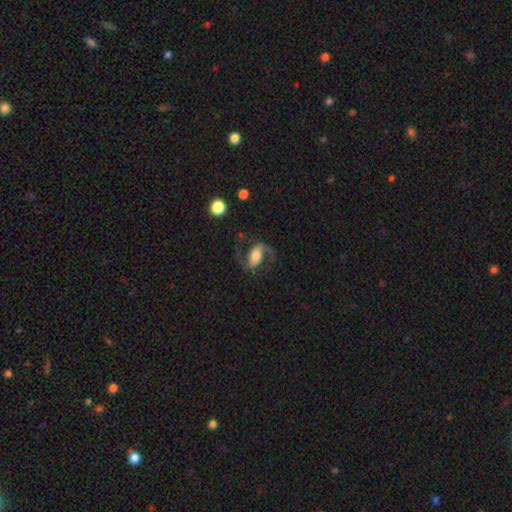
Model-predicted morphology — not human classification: This appears to be a featured or disk galaxy (84%) with a weak bar (36%), 2 (92%) loose (53%) spiral arms (96%) and a moderate central bulge (56%). Merging: none (73%).